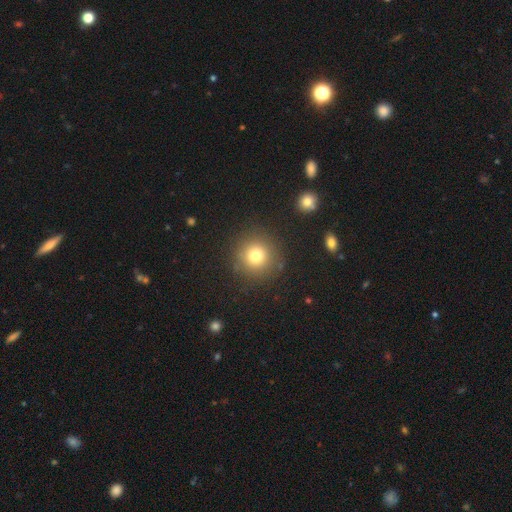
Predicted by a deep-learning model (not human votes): This appears to be a smooth galaxy with no disk features (76%) that is round (94%). Merging: none (87%).